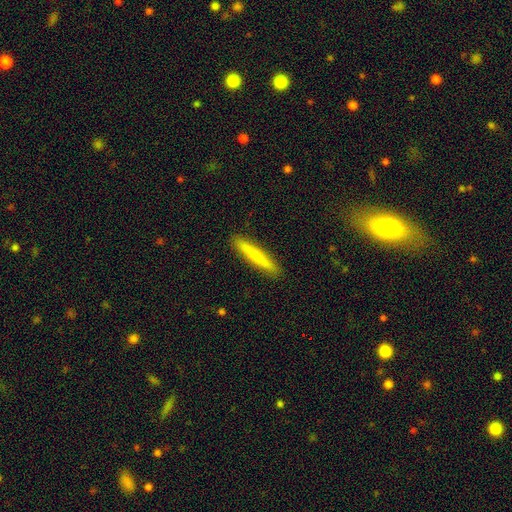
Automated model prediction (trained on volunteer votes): Smooth or featured?
  - smooth: 55% *
  - featured or disk: 39%
  - star or artifact: 6%
How rounded?
  - cigar-shaped: 93% *
  - in between: 6%
  - round: 2%
Merging?
  - none: 91% *
  - minor disturbance: 6%
  - major disturbance: 1%
  - merger: 1%